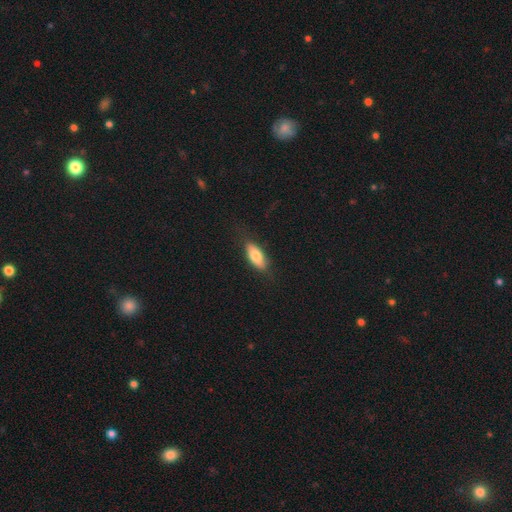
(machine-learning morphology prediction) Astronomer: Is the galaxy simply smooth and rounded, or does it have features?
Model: smooth — 74%.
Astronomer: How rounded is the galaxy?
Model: in between — 80%.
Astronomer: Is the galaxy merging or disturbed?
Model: none — 79%.